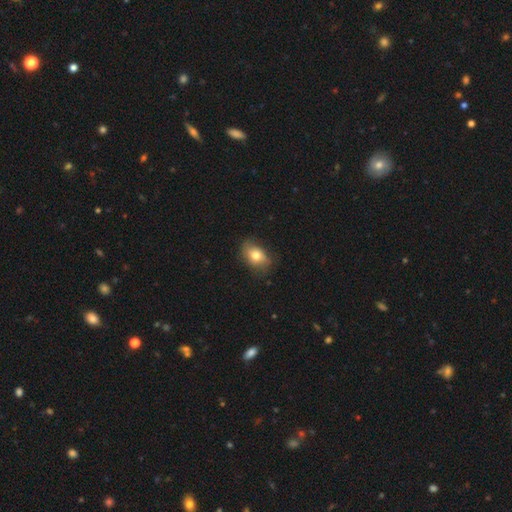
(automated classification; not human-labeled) The model was most divided on "smooth or featured": smooth: 70%, featured or disk: 21%, star or artifact: 9%. More confident: how rounded — in between (80%); merging — none (72%).